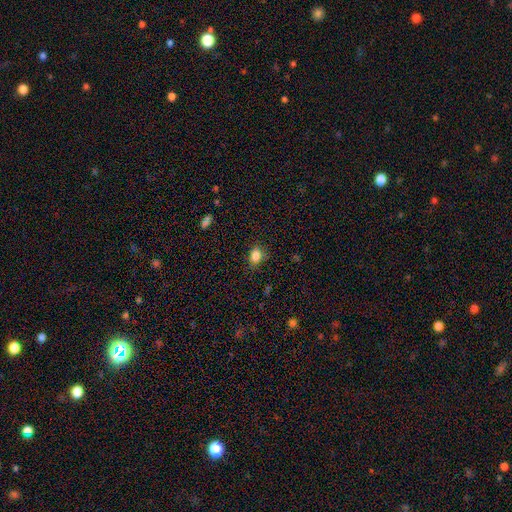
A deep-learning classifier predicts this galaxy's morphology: This is clearly a smooth galaxy (83%). How rounded: likely in between (64%). Merging: likely none (79%).